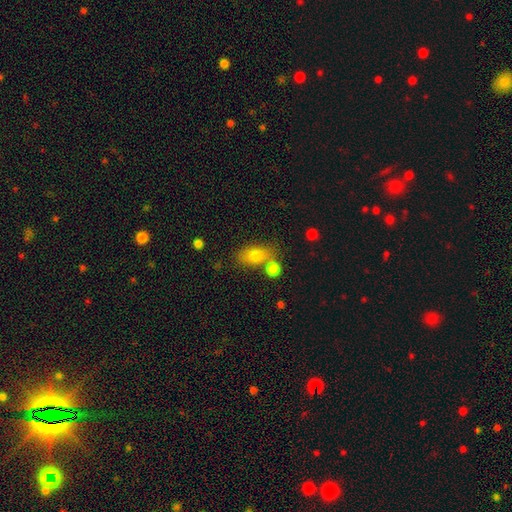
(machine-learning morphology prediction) Smooth or featured? smooth (77%)
How rounded? in between (79%)
Merging? none (55%)